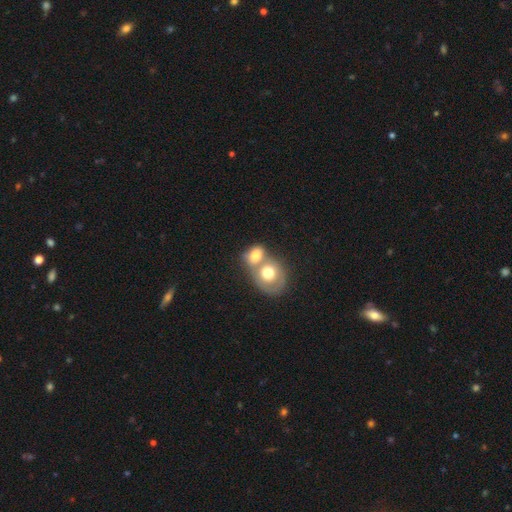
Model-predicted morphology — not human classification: Smooth or featured? Predicted: smooth (p=0.68). How rounded? Predicted: in between (p=0.50). Merging? Predicted: merger (p=0.70).